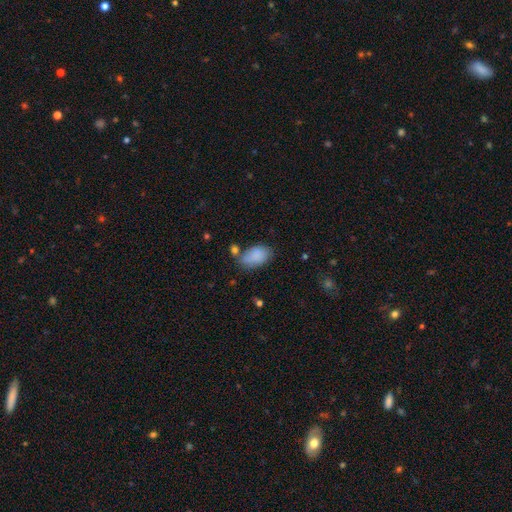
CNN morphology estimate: smooth-or-featured: smooth: 85% | star or artifact: 8% | featured or disk: 7%
  how-rounded: in between: 91% | round: 8% | cigar-shaped: 1%
  merging: none: 54% | minor disturbance: 26% | merger: 11% | major disturbance: 9%